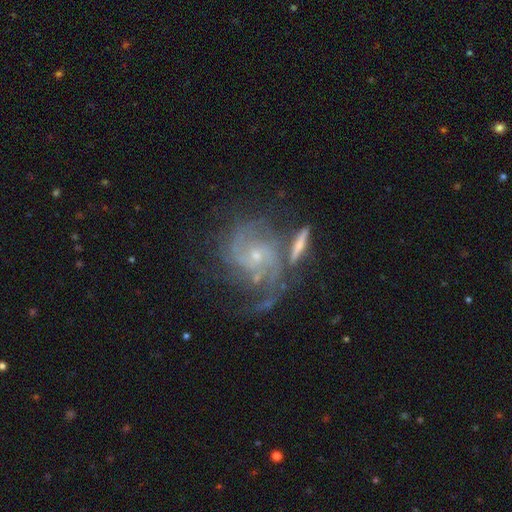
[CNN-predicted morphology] Q: Smooth or featured?
A: featured or disk (86%); runner-up: star or artifact (7%)
Q: Edge-on disk?
A: no (96%); runner-up: yes (4%)
Q: Bar?
A: no (68%); runner-up: weak (26%)
Q: Spiral arms?
A: yes (95%); runner-up: no (5%)
Q: Spiral winding?
A: medium (42%); runner-up: tight (41%)
Q: Spiral arm count?
A: 2 (35%); runner-up: can't tell (24%)
Q: Bulge size?
A: small (74%); runner-up: moderate (20%)
Q: Merging?
A: none (41%); runner-up: major disturbance (23%)